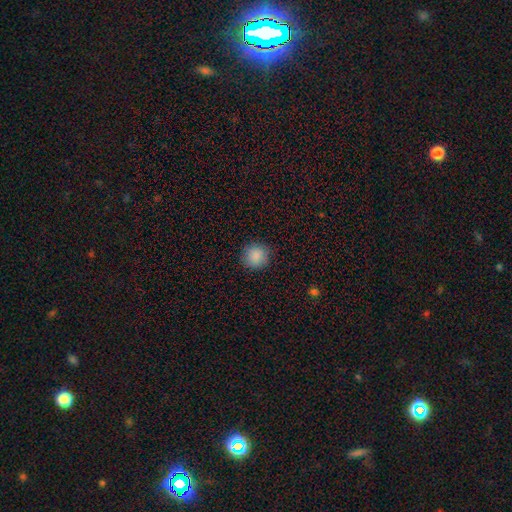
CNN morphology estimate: smooth-or-featured: smooth: 88% | star or artifact: 9% | featured or disk: 3%
  how-rounded: round: 93% | in between: 6% | cigar-shaped: 1%
  merging: none: 89% | minor disturbance: 7% | major disturbance: 2% | merger: 1%